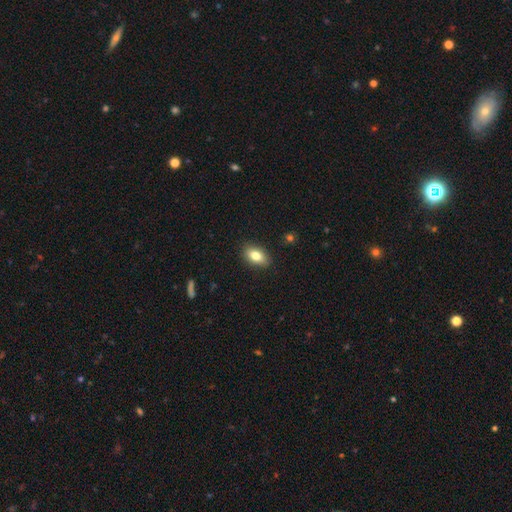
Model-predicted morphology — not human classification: type=smooth (79%); roundness=in between (86%); merging=none (87%).